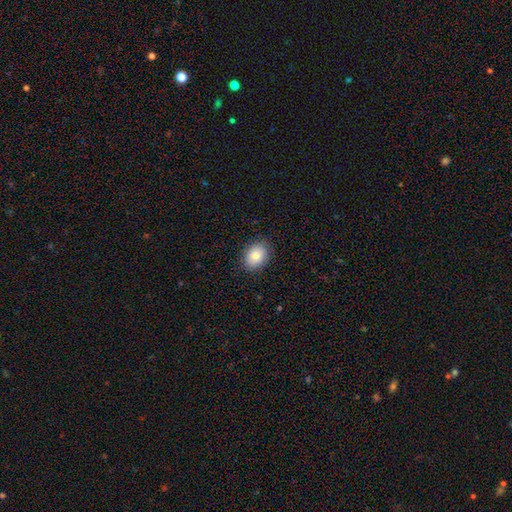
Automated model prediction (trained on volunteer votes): Q: Smooth or featured?
A: smooth (81%); runner-up: featured or disk (11%)
Q: How rounded?
A: in between (66%); runner-up: round (33%)
Q: Merging?
A: none (87%); runner-up: minor disturbance (10%)